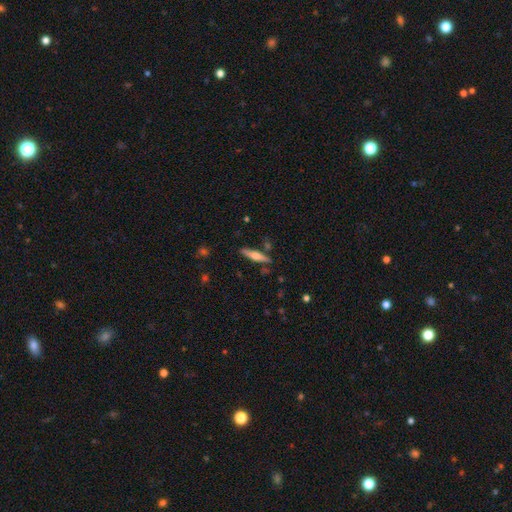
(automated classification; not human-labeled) A featured or disk galaxy (53%) viewed edge-on (96%) with a rounded central bulge (85%).

Vote fractions:
- Smooth or featured? featured or disk: 53% / smooth: 41% / star or artifact: 6%
- Edge-on disk? yes: 96% / no: 4%
- Edge-on bulge? rounded: 85% / boxy: 10% / none: 6%
- Merging? none: 83% / minor disturbance: 10% / merger: 5% / major disturbance: 2%